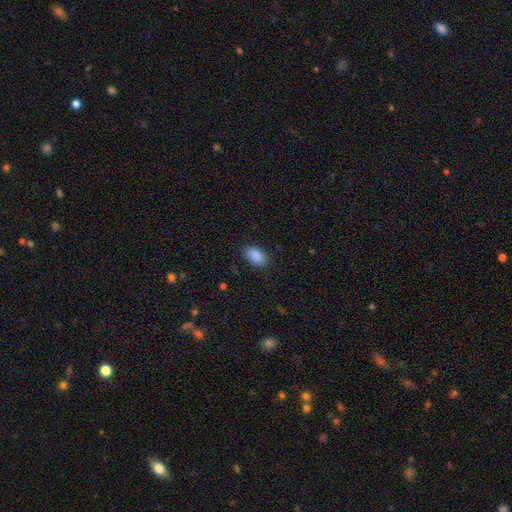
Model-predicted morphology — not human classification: Smooth or featured: smooth — 90% (star or artifact — 8%)
How rounded: in between — 93% (round — 6%)
Merging: none — 86% (minor disturbance — 11%)